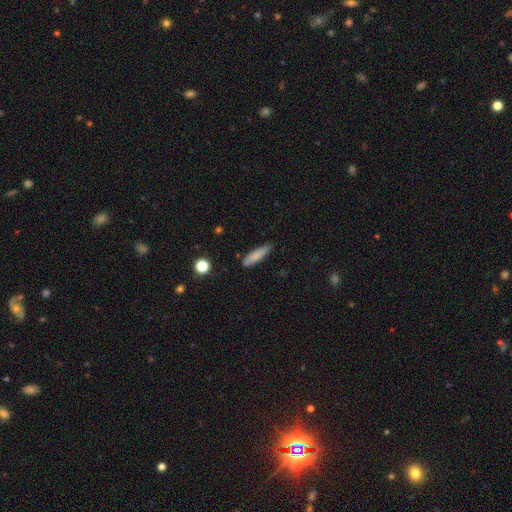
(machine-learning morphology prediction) Smooth or featured?
  - smooth: 80% *
  - featured or disk: 12%
  - star or artifact: 7%
How rounded?
  - cigar-shaped: 71% *
  - in between: 27%
  - round: 2%
Merging?
  - none: 79% *
  - minor disturbance: 16%
  - major disturbance: 3%
  - merger: 2%